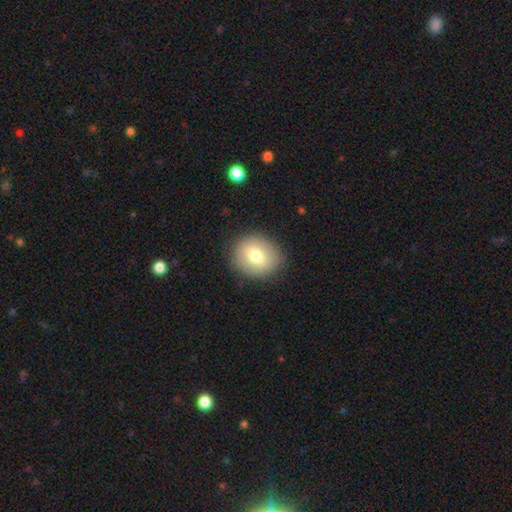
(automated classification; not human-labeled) Smooth or featured? Predicted: smooth (p=0.70). How rounded? Predicted: round (p=0.69). Merging? Predicted: none (p=0.85).